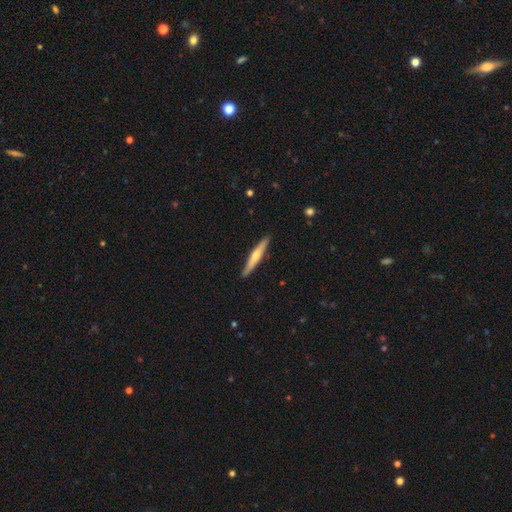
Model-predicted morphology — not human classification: A featured or disk galaxy (49%).

Vote fractions:
- Smooth or featured? featured or disk: 49% / smooth: 46% / star or artifact: 5%
- Merging? none: 89% / minor disturbance: 8% / major disturbance: 1% / merger: 1%